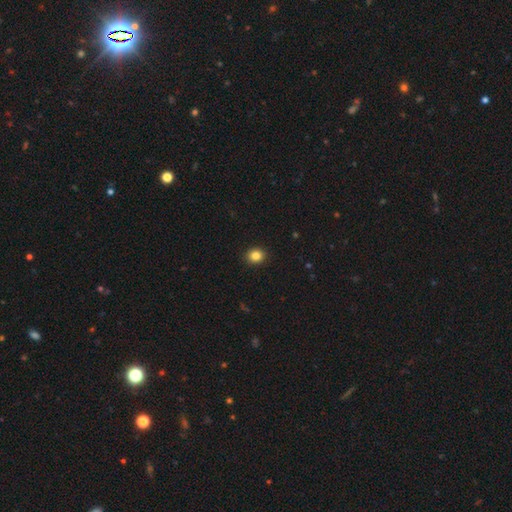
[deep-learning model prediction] smooth-or-featured: smooth: 85% | star or artifact: 10% | featured or disk: 5%
  how-rounded: round: 70% | in between: 29% | cigar-shaped: 1%
  merging: none: 92% | minor disturbance: 6% | major disturbance: 2% | merger: 1%